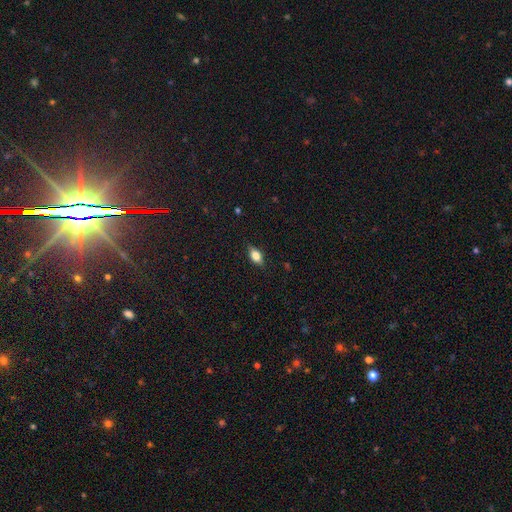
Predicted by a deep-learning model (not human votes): Smooth or featured? smooth (70%)
How rounded? in between (82%)
Merging? none (84%)